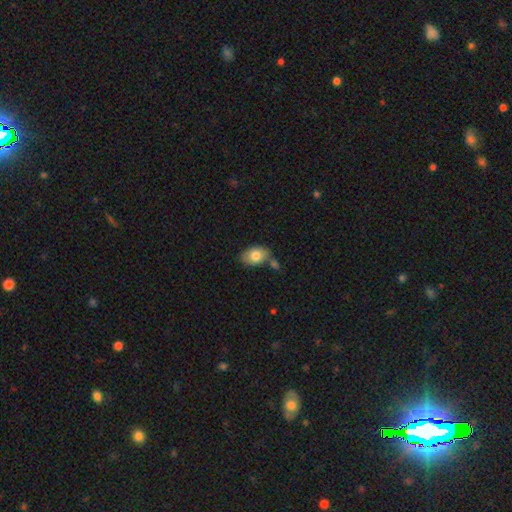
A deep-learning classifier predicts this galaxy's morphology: Q: Smooth or featured?
A: smooth (78%); runner-up: featured or disk (15%)
Q: How rounded?
A: in between (81%); runner-up: round (18%)
Q: Merging?
A: none (59%); runner-up: minor disturbance (19%)